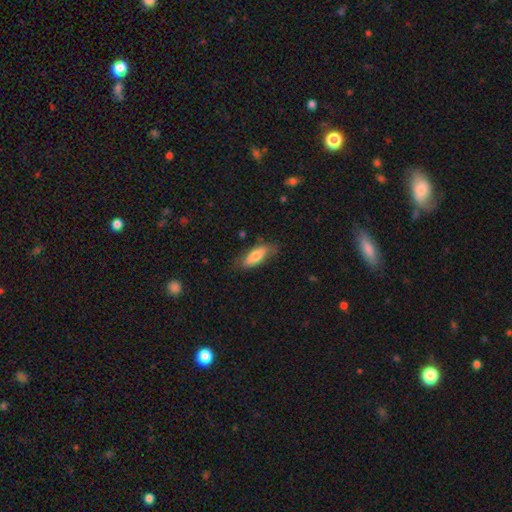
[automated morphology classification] This appears to be a smooth galaxy with no disk features (72%) that is in between round and cigar-shaped (68%). Merging: none (72%).